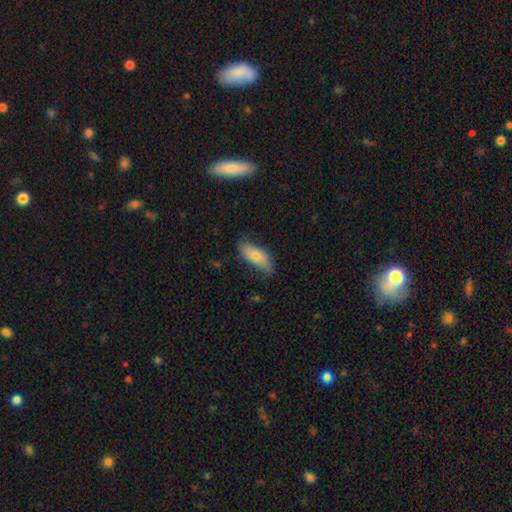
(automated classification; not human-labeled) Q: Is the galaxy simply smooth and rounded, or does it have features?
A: smooth — 72%.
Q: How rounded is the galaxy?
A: in between — 80%.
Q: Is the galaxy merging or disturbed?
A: none — 71%.